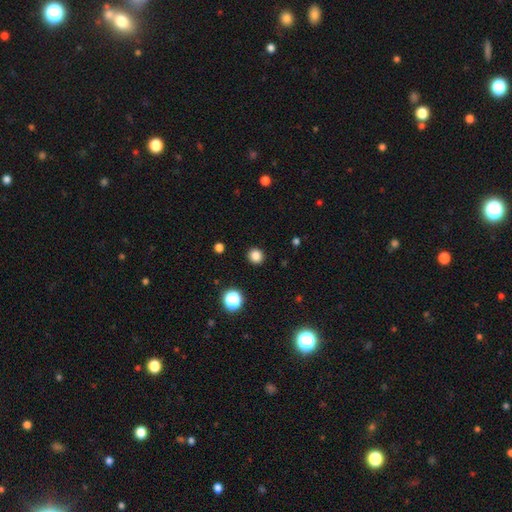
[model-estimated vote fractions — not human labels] A smooth galaxy with no disk features (83%) that is round (90%). Merging: none (91%).